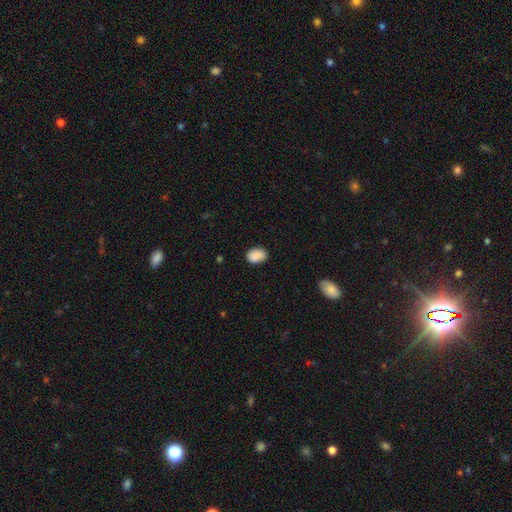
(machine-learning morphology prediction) The model was most divided on "merging": none: 76%, minor disturbance: 19%, major disturbance: 3%, merger: 2%. More confident: smooth or featured — smooth (88%); how rounded — in between (80%).